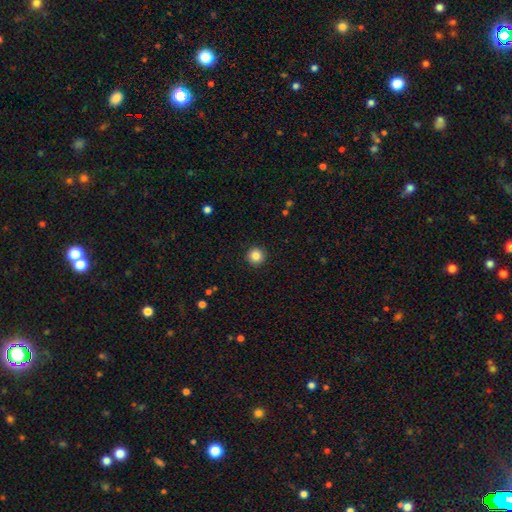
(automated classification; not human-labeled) smooth-or-featured: smooth: 86% | star or artifact: 10% | featured or disk: 5%
  how-rounded: round: 96% | in between: 4% | cigar-shaped: 1%
  merging: none: 92% | minor disturbance: 5% | major disturbance: 2% | merger: 1%